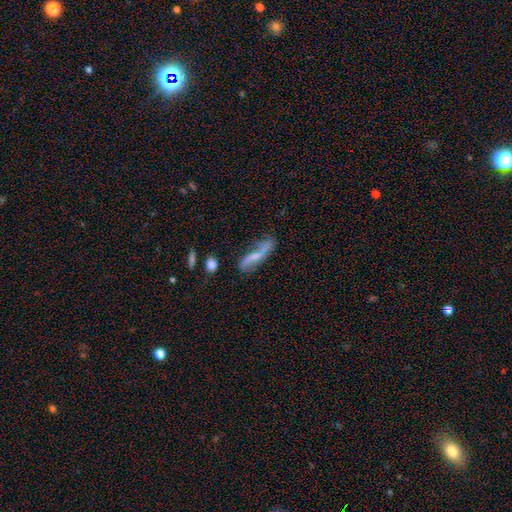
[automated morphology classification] Smooth or featured? featured or disk (50%)
Edge-on disk? no (71%)
Merging? none (54%)